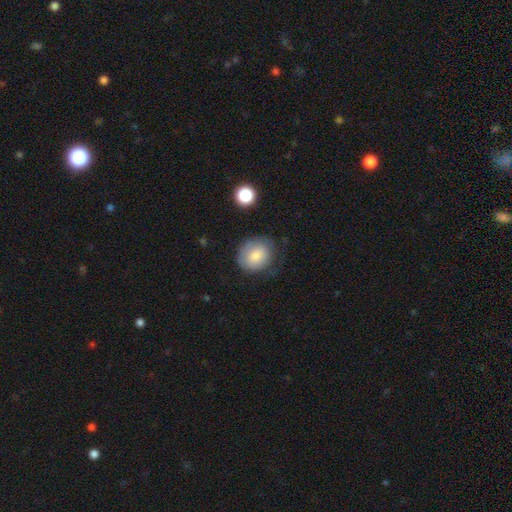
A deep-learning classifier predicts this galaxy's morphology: type=smooth (76%); roundness=round (68%); merging=none (63%).